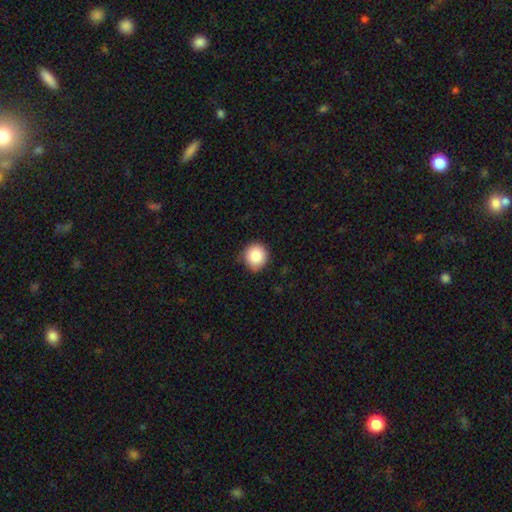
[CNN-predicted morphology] Smooth or featured? smooth (85%)
How rounded? round (92%)
Merging? none (80%)